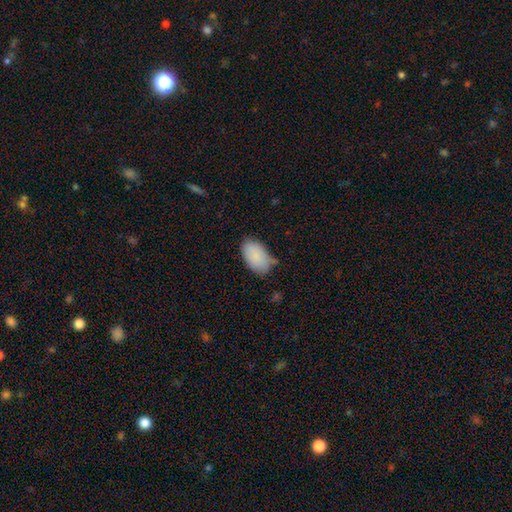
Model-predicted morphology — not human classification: smooth 87%, star or artifact 7%, featured or disk 6%. Down the decision tree: how rounded — in between (94%); merging — none (66%).